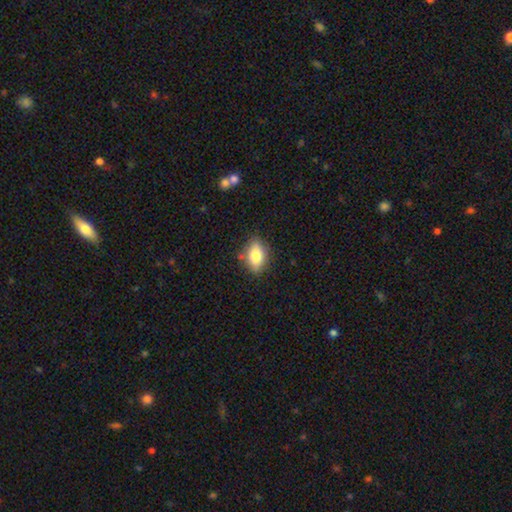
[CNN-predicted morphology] A smooth galaxy with no disk features (77%) that is in between round and cigar-shaped (84%). Merging: none (81%).